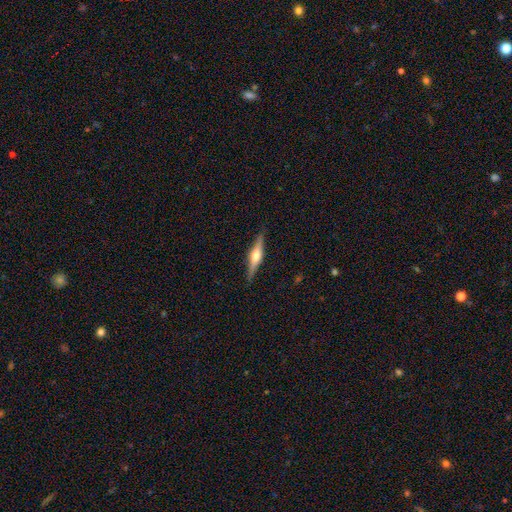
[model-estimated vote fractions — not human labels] Smooth or featured?
  - featured or disk: 71% *
  - smooth: 23%
  - star or artifact: 6%
Edge-on disk?
  - yes: 97% *
  - no: 3%
Edge-on bulge?
  - rounded: 91% *
  - boxy: 7%
  - none: 3%
Merging?
  - none: 89% *
  - minor disturbance: 8%
  - major disturbance: 2%
  - merger: 1%